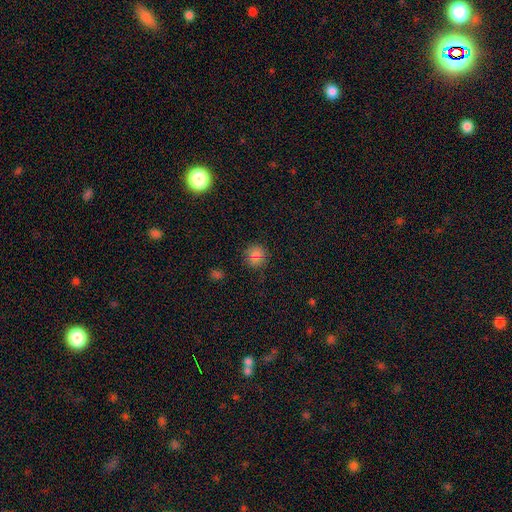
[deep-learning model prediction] smooth_or_featured: smooth (p=0.78) [alt: star or artifact p=0.15]
how_rounded: round (p=0.90) [alt: in between p=0.09]
merging: none (p=0.82) [alt: minor disturbance p=0.12]